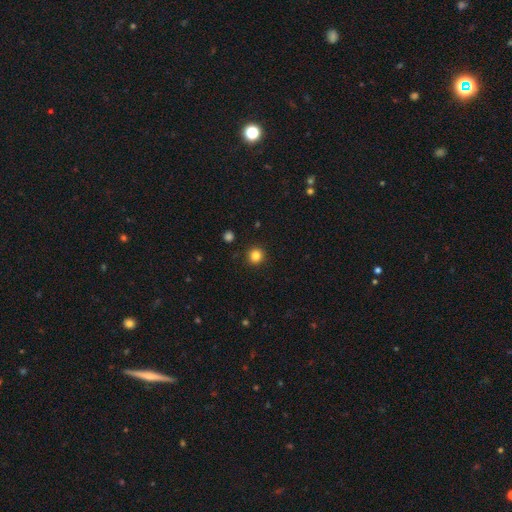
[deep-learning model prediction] This appears to be a smooth galaxy with no disk features (83%) that is round (94%). Merging: none (92%).